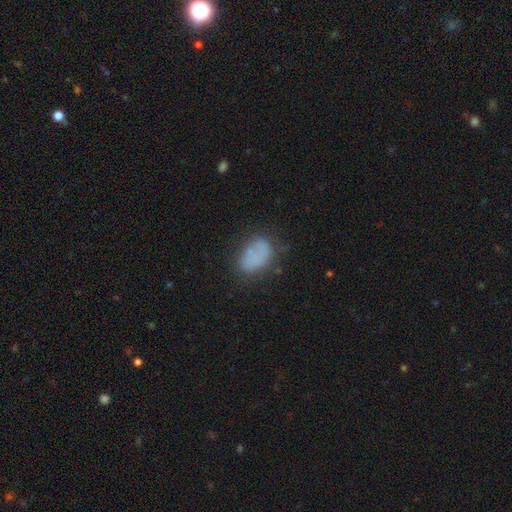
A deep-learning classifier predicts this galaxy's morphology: Smooth or featured?
  - smooth: 68% *
  - featured or disk: 20%
  - star or artifact: 12%
How rounded?
  - in between: 86% *
  - round: 13%
  - cigar-shaped: 2%
Merging?
  - none: 50% *
  - minor disturbance: 26%
  - major disturbance: 16%
  - merger: 9%